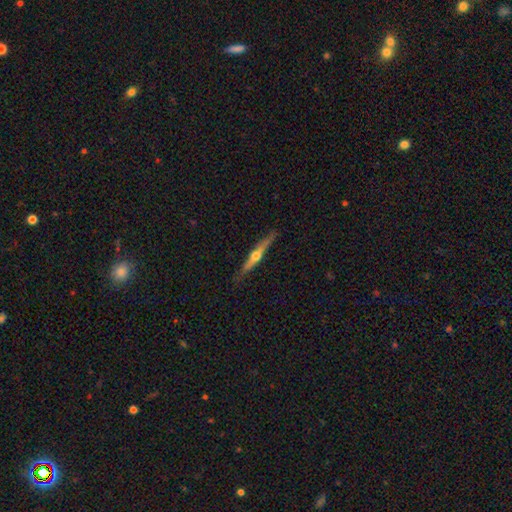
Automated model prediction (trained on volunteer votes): This is likely a featured or disk galaxy (71%). It is clearly viewed edge-on (97%). Edge-on bulge: clearly rounded (93%). Merging: clearly none (85%).